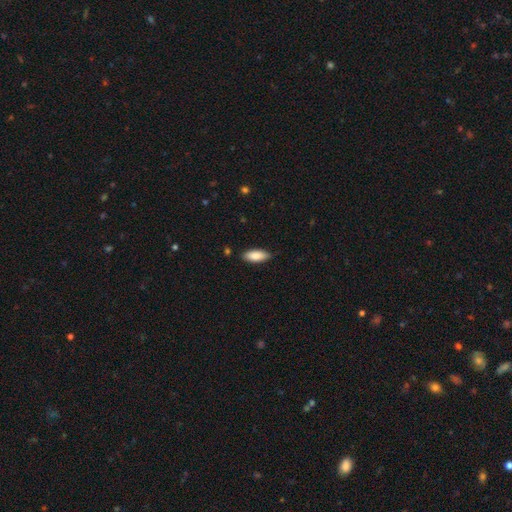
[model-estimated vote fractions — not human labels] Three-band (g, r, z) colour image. It shows a smooth galaxy with no disk features (86%) that is in between round and cigar-shaped (79%). Merging: none (84%).